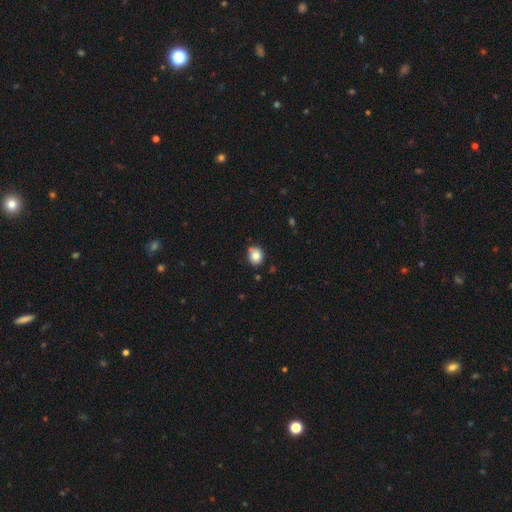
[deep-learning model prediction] Smooth or featured? smooth (82%)
How rounded? round (63%)
Merging? none (75%)